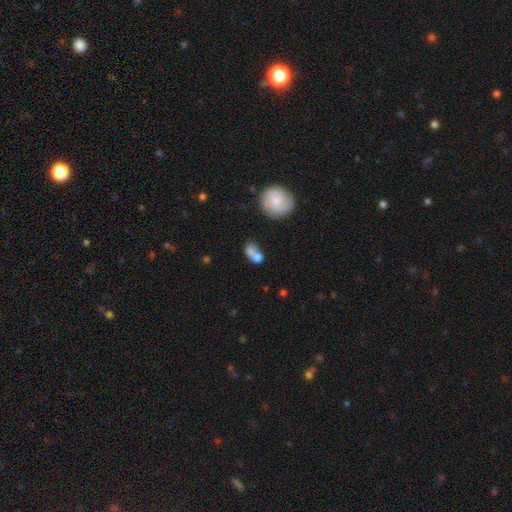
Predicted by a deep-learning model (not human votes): Smooth or featured? smooth (72%)
How rounded? in between (58%)
Merging? merger (53%)